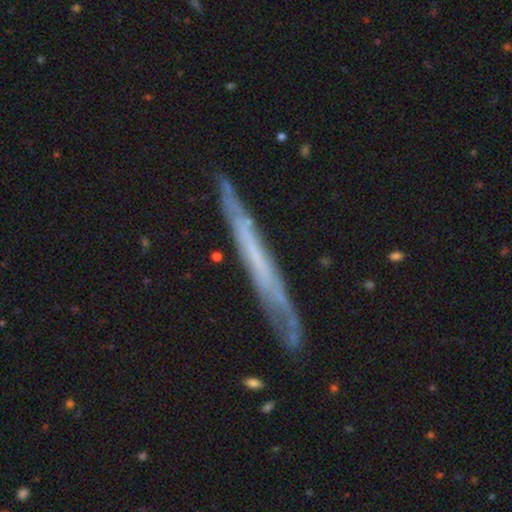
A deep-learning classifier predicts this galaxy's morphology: smooth-or-featured: featured or disk: 66% | smooth: 26% | star or artifact: 7%
  disk-edge-on: yes: 86% | no: 14%
    edge-on-bulge: none: 90% | rounded: 6% | boxy: 4%
  merging: none: 80% | minor disturbance: 15% | major disturbance: 3% | merger: 2%